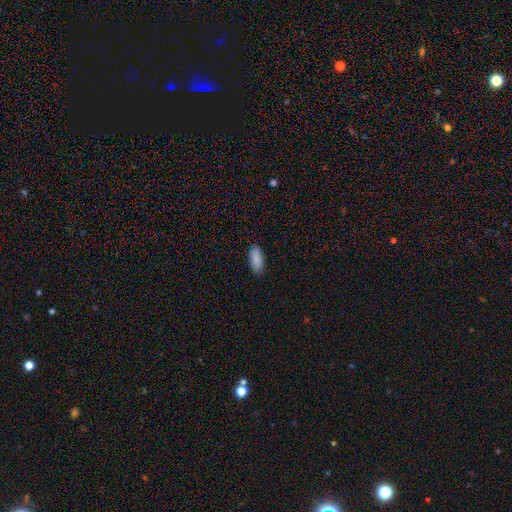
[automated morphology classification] smooth_or_featured: smooth (p=0.87) [alt: star or artifact p=0.07]
how_rounded: in between (p=0.82) [alt: cigar-shaped p=0.16]
merging: none (p=0.87) [alt: minor disturbance p=0.10]